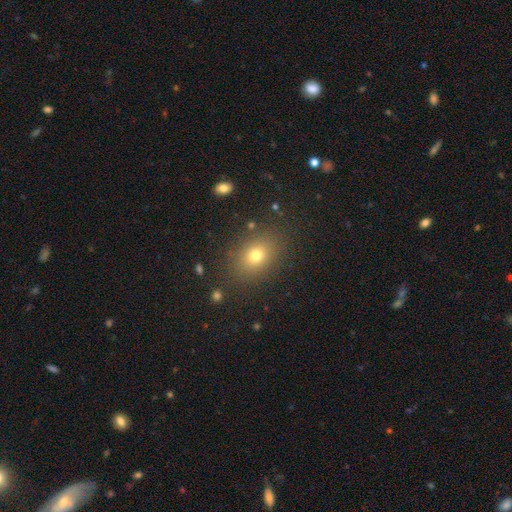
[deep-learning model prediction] A smooth galaxy with no disk features (73%) that is in between round and cigar-shaped (64%). Merging: none (85%).